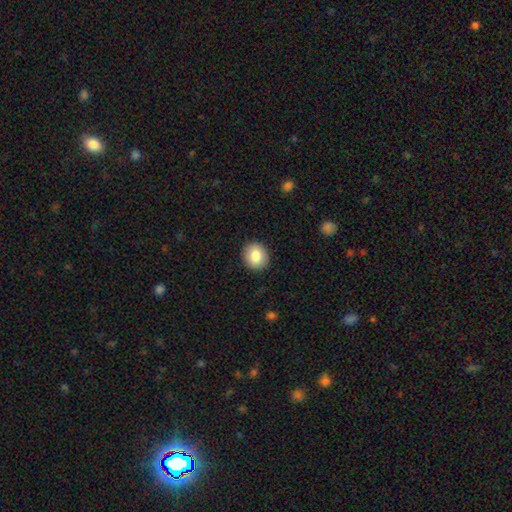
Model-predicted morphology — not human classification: This appears to be a smooth galaxy with no disk features (84%) that is round (80%). Merging: none (91%).